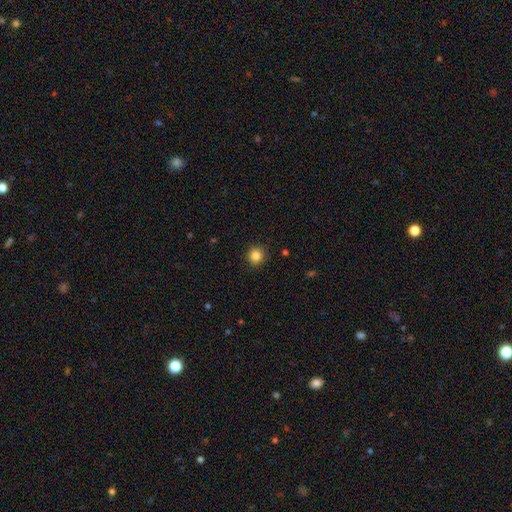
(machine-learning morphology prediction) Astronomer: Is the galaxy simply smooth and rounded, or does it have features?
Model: smooth — 85%.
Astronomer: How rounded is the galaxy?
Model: round — 94%.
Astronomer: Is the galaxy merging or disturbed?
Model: none — 91%.